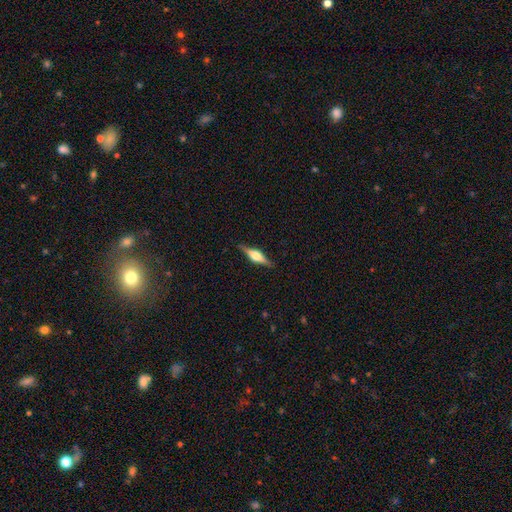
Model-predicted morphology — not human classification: Overall: featured or disk (74%). Edge-on disk: yes (98%). Edge-on bulge: rounded (89%). Merging: none (89%).